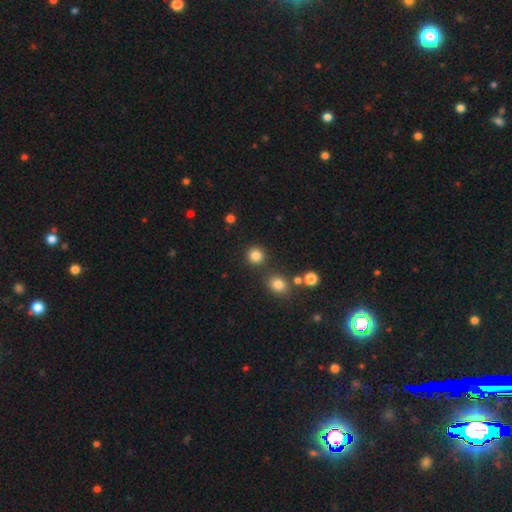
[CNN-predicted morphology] Smooth or featured: smooth — 83% (star or artifact — 12%)
How rounded: round — 92% (in between — 7%)
Merging: none — 85% (minor disturbance — 6%)